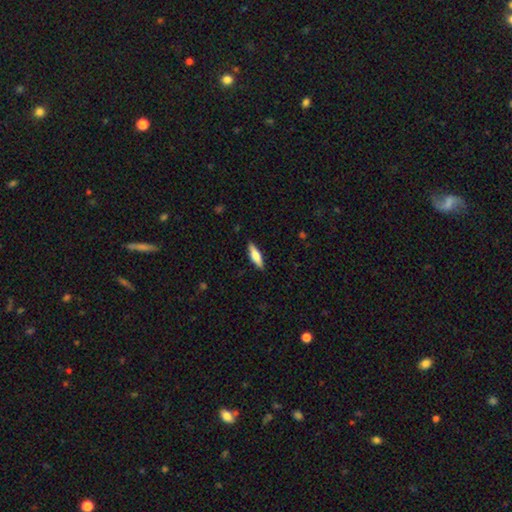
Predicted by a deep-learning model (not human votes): Morphology: type=smooth (65%); roundness=cigar-shaped (59%); merging=none (88%).